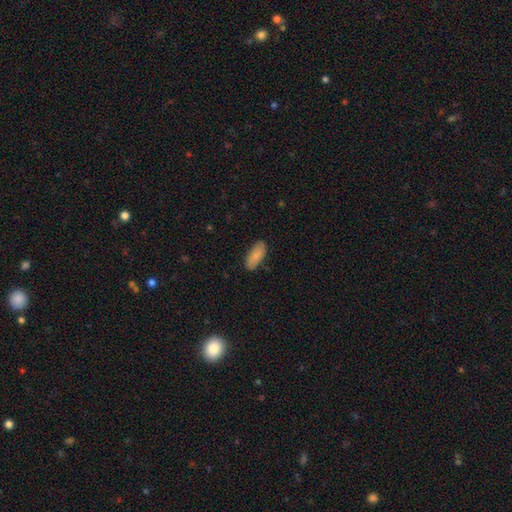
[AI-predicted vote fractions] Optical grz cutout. It shows a smooth galaxy with no disk features (85%) that is in between round and cigar-shaped (85%). Merging: none (86%).